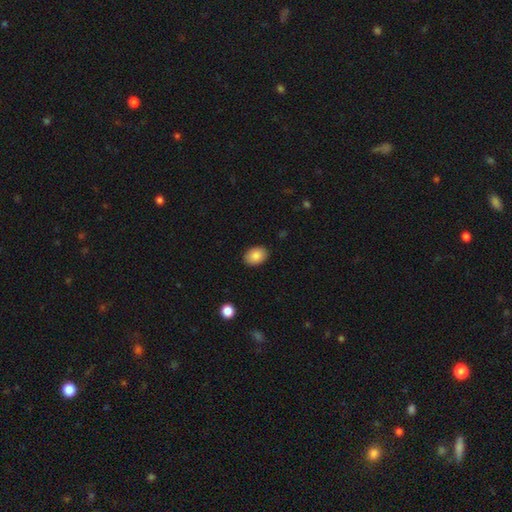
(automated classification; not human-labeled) Smooth or featured? smooth (87%)
How rounded? in between (80%)
Merging? none (88%)